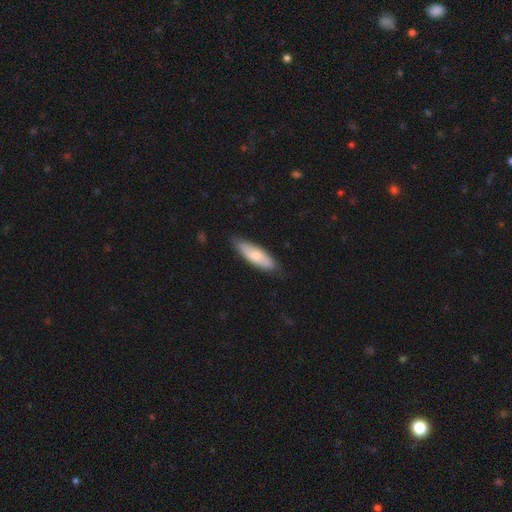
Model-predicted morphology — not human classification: This appears to be a smooth galaxy with no disk features (72%) that is in between round and cigar-shaped (50%). Merging: none (79%).